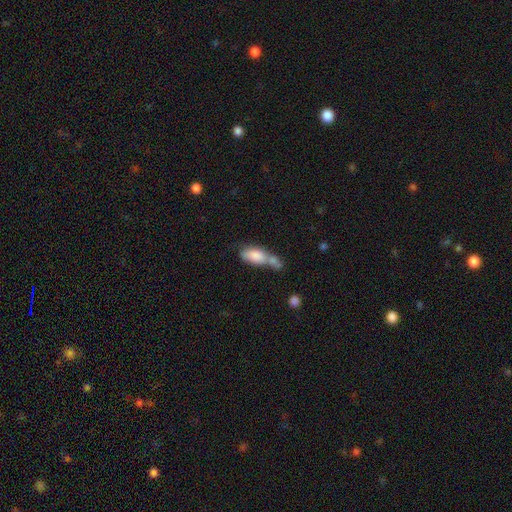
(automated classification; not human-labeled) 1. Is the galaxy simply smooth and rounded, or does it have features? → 79% smooth, 14% featured or disk, 7% star or artifact.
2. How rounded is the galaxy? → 84% in between, 12% cigar-shaped, 4% round.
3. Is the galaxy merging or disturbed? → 56% merger, 22% none, 14% minor disturbance, 8% major disturbance.